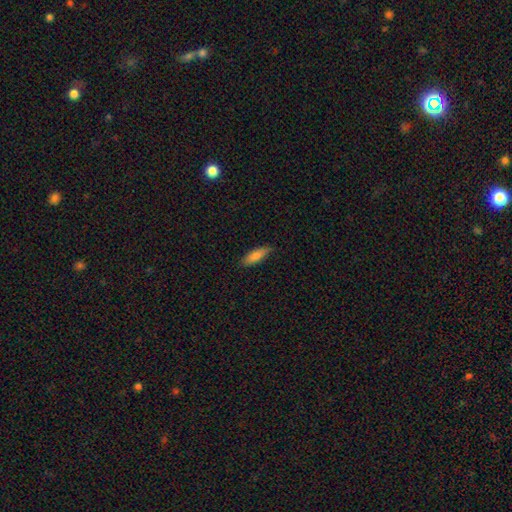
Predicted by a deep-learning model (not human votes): smooth-or-featured: smooth: 77% | featured or disk: 17% | star or artifact: 7%
  how-rounded: cigar-shaped: 49% (tied) | in between: 49% (tied) | round: 2%
  merging: none: 81% | minor disturbance: 15% | major disturbance: 2% | merger: 1%